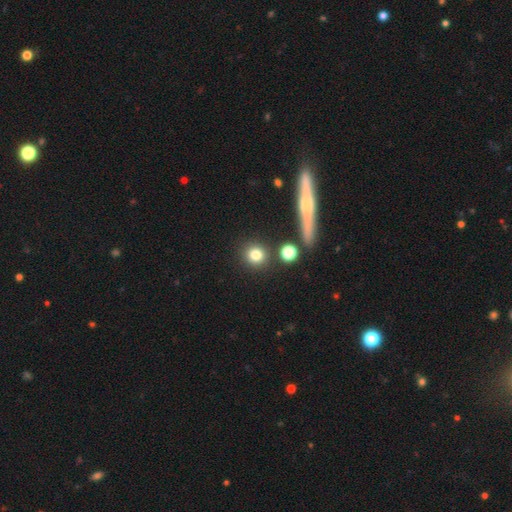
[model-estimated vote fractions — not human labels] Overall: smooth (41%; featured or disk 39%). Merging: none (80%).